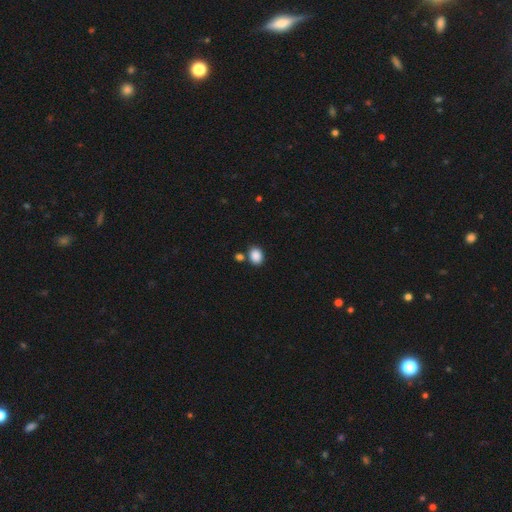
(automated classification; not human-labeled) Smooth or featured? smooth (88%)
How rounded? in between (60%)
Merging? none (76%)